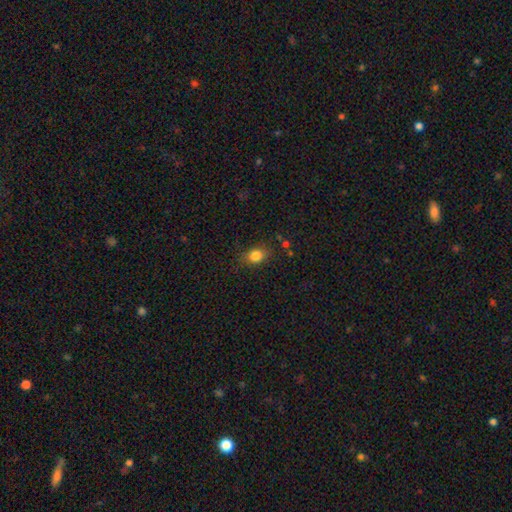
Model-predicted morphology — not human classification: smooth-or-featured: smooth: 83% | star or artifact: 11% | featured or disk: 6%
  how-rounded: in between: 54% | round: 44% | cigar-shaped: 2%
  merging: none: 80% | minor disturbance: 14% | major disturbance: 4% | merger: 2%